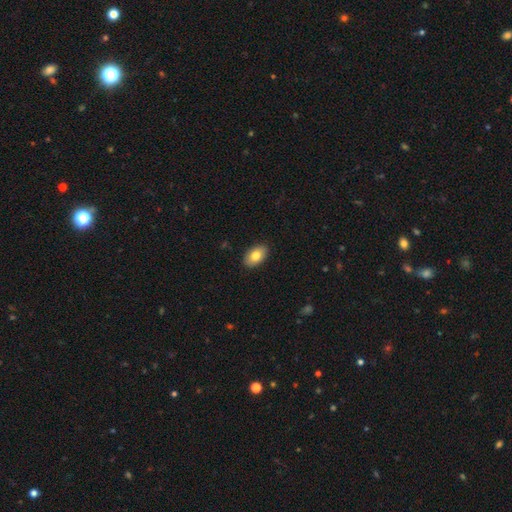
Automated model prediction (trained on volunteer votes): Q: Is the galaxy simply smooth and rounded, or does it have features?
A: smooth — 81%.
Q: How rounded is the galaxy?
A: in between — 92%.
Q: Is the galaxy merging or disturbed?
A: none — 89%.